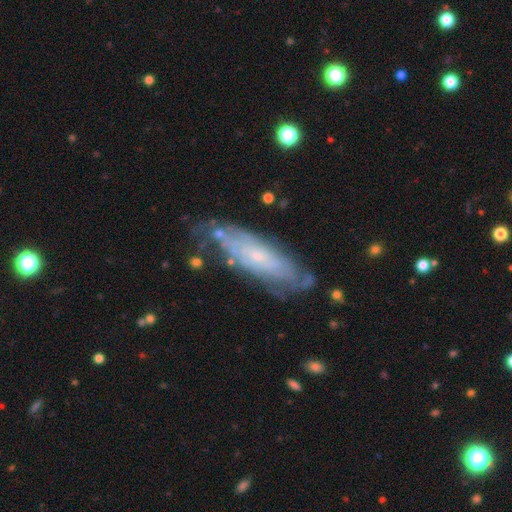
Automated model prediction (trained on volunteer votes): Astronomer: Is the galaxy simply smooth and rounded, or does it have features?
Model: featured or disk — 71%.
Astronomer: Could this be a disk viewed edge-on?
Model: no — 78%.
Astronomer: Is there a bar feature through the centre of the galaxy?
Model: no — 77%.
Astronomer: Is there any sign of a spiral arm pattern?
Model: yes — 80%.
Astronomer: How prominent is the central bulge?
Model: small — 79%.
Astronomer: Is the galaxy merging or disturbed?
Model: none — 68%.